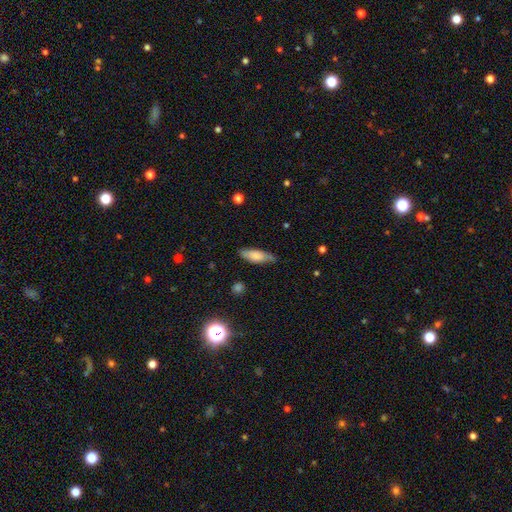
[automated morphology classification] Smooth or featured?
  - smooth: 68% *
  - featured or disk: 25%
  - star or artifact: 7%
How rounded?
  - in between: 64% *
  - cigar-shaped: 33%
  - round: 2%
Merging?
  - none: 68% *
  - minor disturbance: 25%
  - major disturbance: 5%
  - merger: 2%